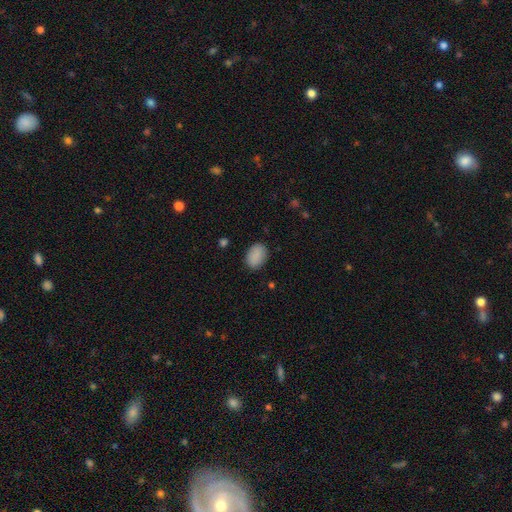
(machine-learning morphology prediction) smooth 89%, star or artifact 7%, featured or disk 3%. Down the decision tree: how rounded — in between (84%); merging — none (86%).